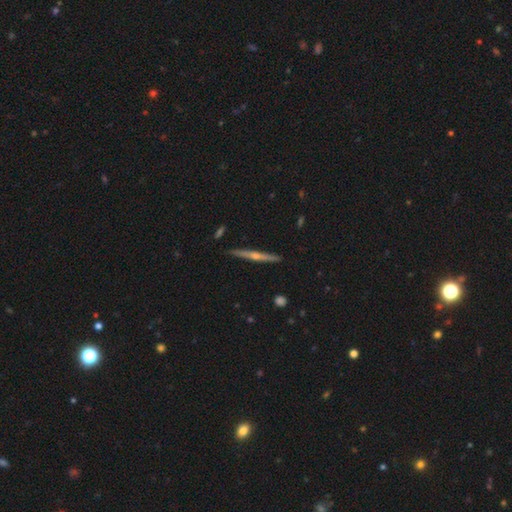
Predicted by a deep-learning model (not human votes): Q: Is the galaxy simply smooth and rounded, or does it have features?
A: featured or disk — 75%.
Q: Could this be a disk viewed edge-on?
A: yes — 98%.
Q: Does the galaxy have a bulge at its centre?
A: rounded — 83%.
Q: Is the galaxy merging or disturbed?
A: none — 91%.